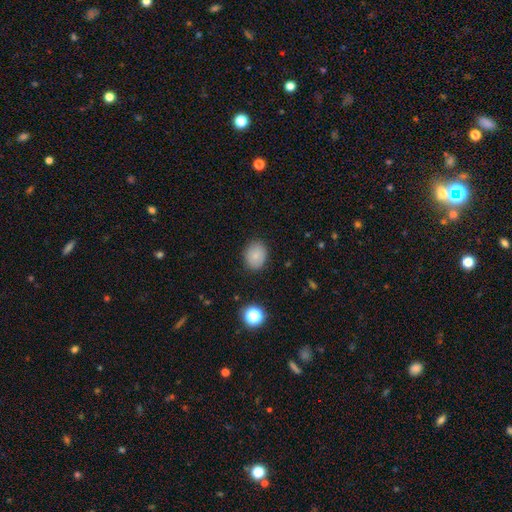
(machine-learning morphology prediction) type=smooth (83%); roundness=in between (55%); merging=none (85%).